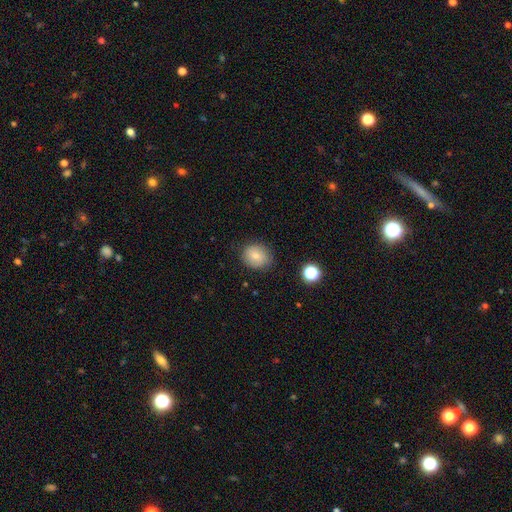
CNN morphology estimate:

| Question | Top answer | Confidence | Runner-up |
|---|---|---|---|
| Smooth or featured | smooth | 77% | featured or disk (13%) |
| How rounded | round | 65% | in between (34%) |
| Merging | none | 81% | minor disturbance (14%) |